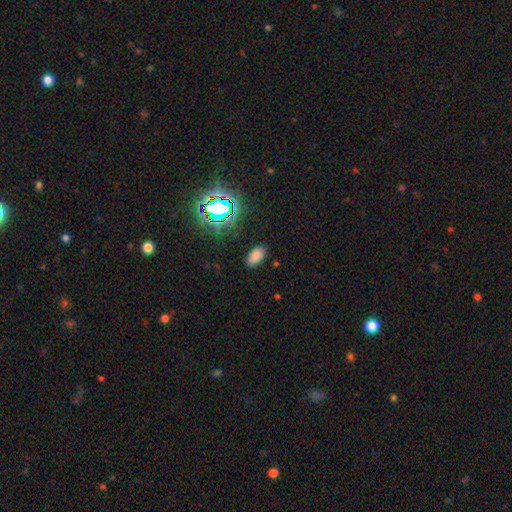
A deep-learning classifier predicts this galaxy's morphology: Smooth or featured?
  - smooth: 75% *
  - star or artifact: 19%
  - featured or disk: 5%
How rounded?
  - in between: 94% *
  - round: 4%
  - cigar-shaped: 2%
Merging?
  - none: 86% *
  - minor disturbance: 10%
  - major disturbance: 3%
  - merger: 1%